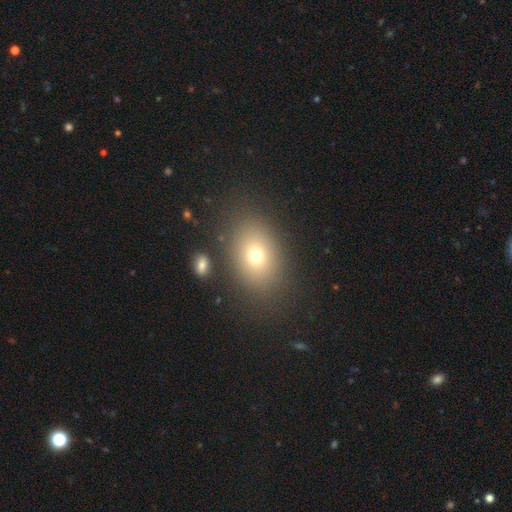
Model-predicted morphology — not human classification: smooth-or-featured: smooth: 71% | featured or disk: 15% | star or artifact: 14%
  how-rounded: in between: 73% | round: 25% | cigar-shaped: 1%
  merging: none: 83% | minor disturbance: 9% | major disturbance: 4% | merger: 4%